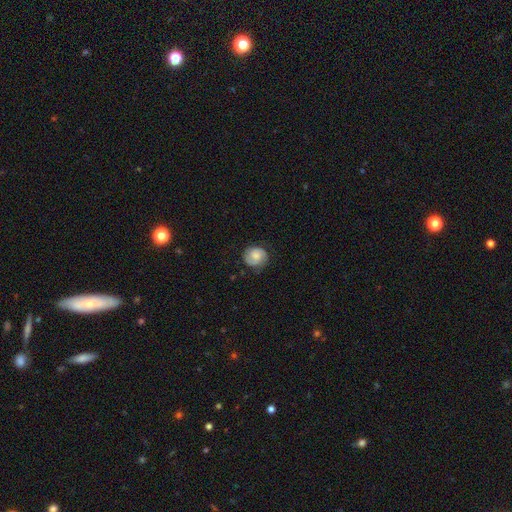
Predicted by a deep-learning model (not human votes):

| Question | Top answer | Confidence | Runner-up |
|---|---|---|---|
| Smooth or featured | featured or disk | 57% | smooth (36%) |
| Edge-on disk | no | 98% | yes (2%) |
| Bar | no | 61% | weak (33%) |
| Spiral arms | yes | 92% | no (8%) |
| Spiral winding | tight | 51% | medium (37%) |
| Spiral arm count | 2 | 75% | can't tell (10%) |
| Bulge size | moderate | 38% | small (32%) |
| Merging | none | 77% | minor disturbance (16%) |